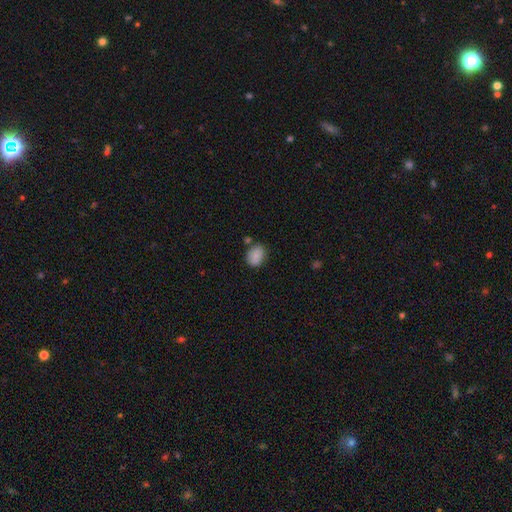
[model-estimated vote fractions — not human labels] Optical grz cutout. It shows a smooth galaxy with no disk features (87%) that is in between round and cigar-shaped (68%). Merging: none (71%).